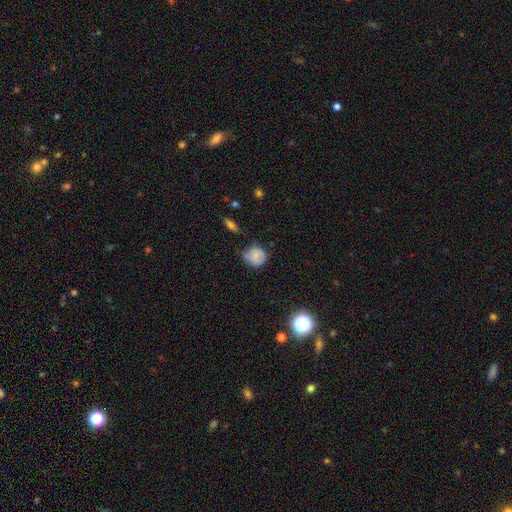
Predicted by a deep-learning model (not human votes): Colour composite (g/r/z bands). It shows a smooth galaxy with no disk features (72%) that is round (78%). Merging: none (53%).